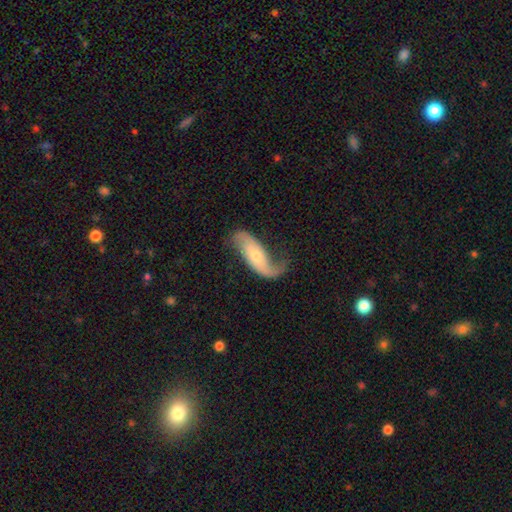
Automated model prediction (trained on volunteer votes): Smooth or featured? featured or disk (79%)
Edge-on disk? no (92%)
Bar? no (63%)
Spiral arms? yes (93%)
Spiral winding? loose (72%)
Spiral arm count? 2 (79%)
Bulge size? small (63%)
Merging? none (56%)